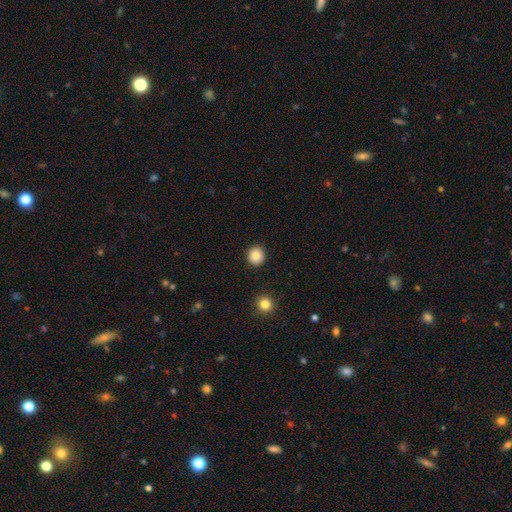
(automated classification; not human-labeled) This appears to be a smooth galaxy with no disk features (87%) that is round (89%). Merging: none (92%).